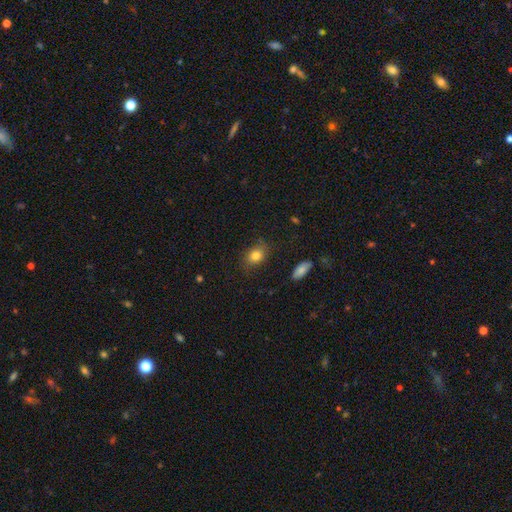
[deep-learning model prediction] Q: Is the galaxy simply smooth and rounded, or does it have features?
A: smooth — 81%.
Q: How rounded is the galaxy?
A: in between — 66%.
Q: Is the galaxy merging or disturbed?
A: none — 75%.